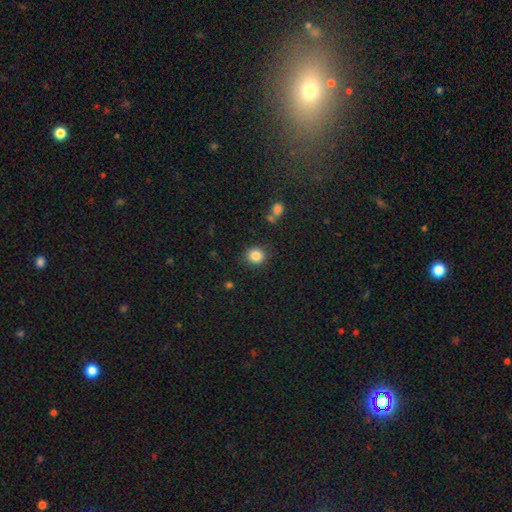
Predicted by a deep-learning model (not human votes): Smooth or featured: smooth — 85% (star or artifact — 10%)
How rounded: round — 84% (in between — 15%)
Merging: none — 86% (minor disturbance — 8%)